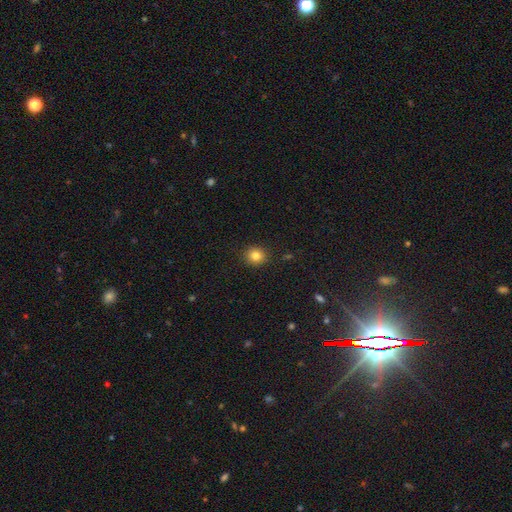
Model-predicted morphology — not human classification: This appears to be a smooth galaxy with no disk features (82%) that is round (83%). Merging: none (90%).